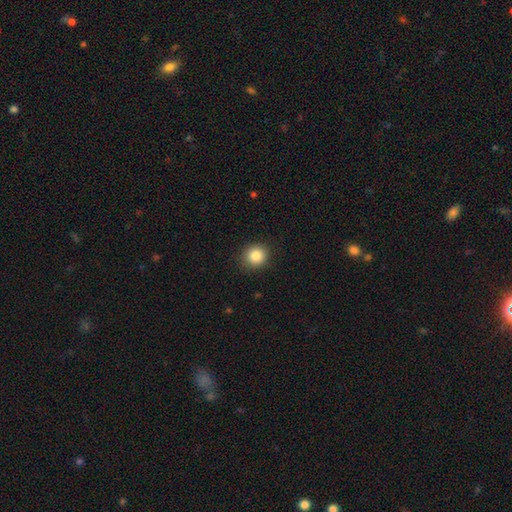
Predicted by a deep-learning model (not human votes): A smooth galaxy with no disk features (85%) that is round (85%). Merging: none (89%).